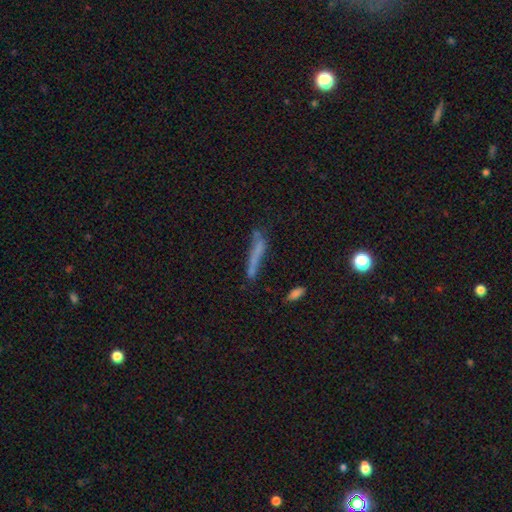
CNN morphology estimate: A smooth galaxy with no disk features (50%) that is cigar-shaped (88%).

Vote fractions:
- Smooth or featured? smooth: 50% / featured or disk: 34% / star or artifact: 16%
- How rounded? cigar-shaped: 88% / in between: 9% / round: 3%
- Merging? none: 59% / minor disturbance: 21% / major disturbance: 12% / merger: 8%